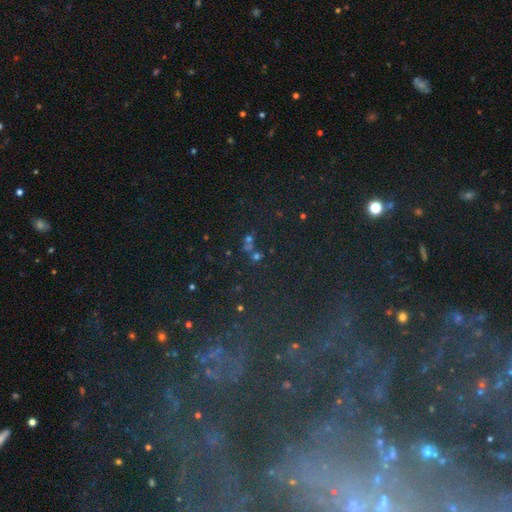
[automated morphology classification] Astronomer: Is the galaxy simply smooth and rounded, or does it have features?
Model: star or artifact — 63%.